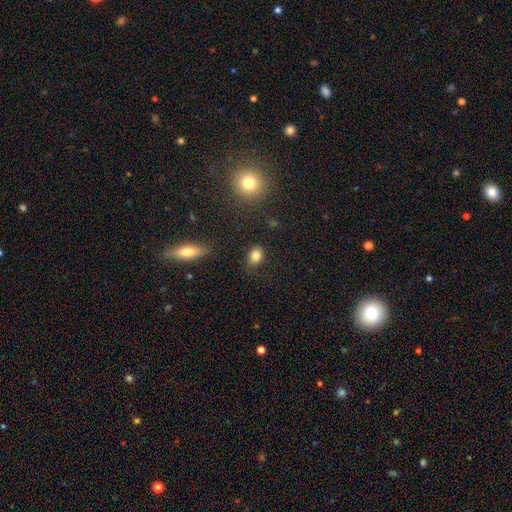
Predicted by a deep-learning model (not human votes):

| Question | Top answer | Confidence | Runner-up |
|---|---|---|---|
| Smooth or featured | smooth | 82% | star or artifact (10%) |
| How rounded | in between | 60% | round (39%) |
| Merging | none | 79% | minor disturbance (15%) |